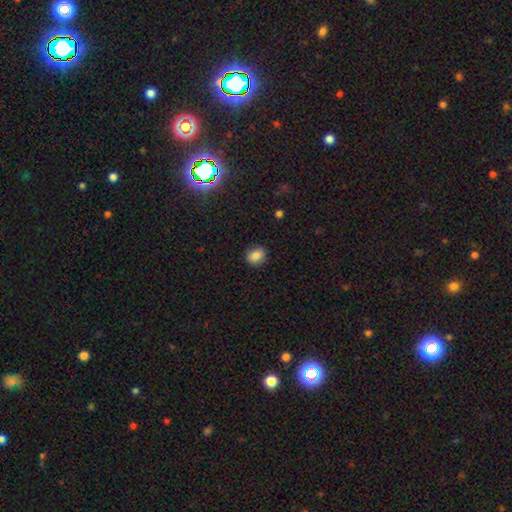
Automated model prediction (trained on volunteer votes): Smooth or featured? Predicted: smooth (p=0.85). How rounded? Predicted: round (p=0.60). Merging? Predicted: none (p=0.87).